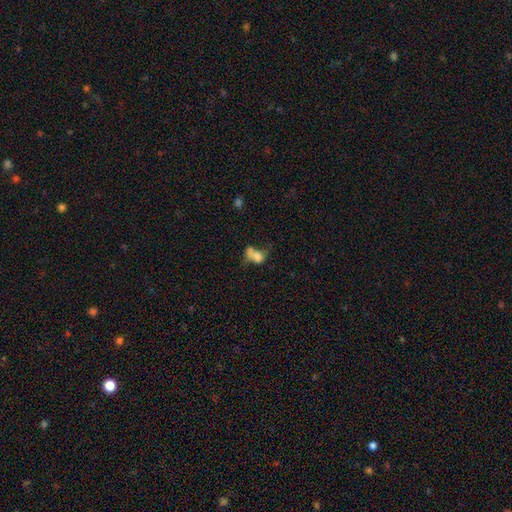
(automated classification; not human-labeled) A smooth galaxy with no disk features (68%) that is in between round and cigar-shaped (73%).

Vote fractions:
- Smooth or featured? smooth: 68% / featured or disk: 19% / star or artifact: 13%
- How rounded? in between: 73% / round: 25% / cigar-shaped: 3%
- Merging? merger: 39% / major disturbance: 24% / none: 21% / minor disturbance: 16%